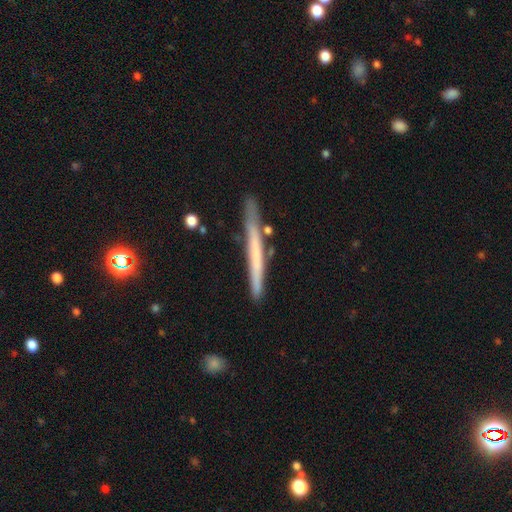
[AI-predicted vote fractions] smooth_or_featured: featured or disk (p=0.47) [alt: smooth p=0.46]
merging: none (p=0.83) [alt: minor disturbance p=0.12]